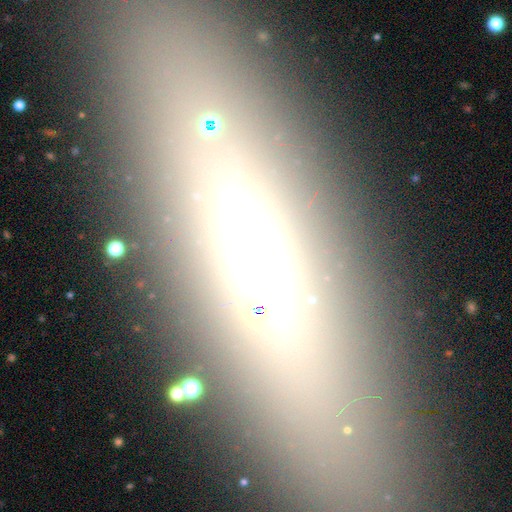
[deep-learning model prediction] Q: Smooth or featured?
A: featured or disk (51%); runner-up: smooth (31%)
Q: Edge-on disk?
A: yes (73%); runner-up: no (27%)
Q: Merging?
A: none (83%); runner-up: minor disturbance (9%)